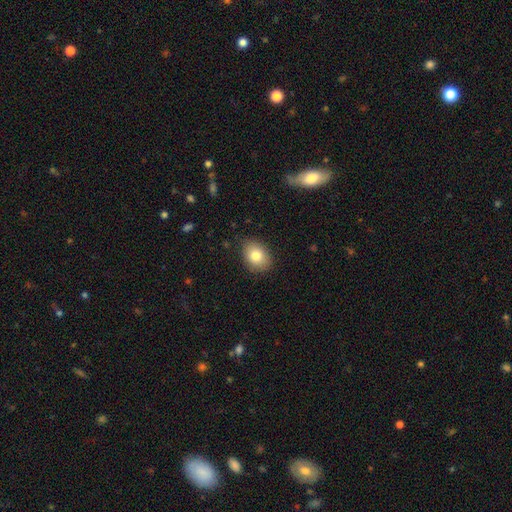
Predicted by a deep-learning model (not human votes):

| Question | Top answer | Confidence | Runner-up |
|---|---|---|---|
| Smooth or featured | smooth | 81% | featured or disk (11%) |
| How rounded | in between | 70% | round (29%) |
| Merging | none | 85% | minor disturbance (11%) |